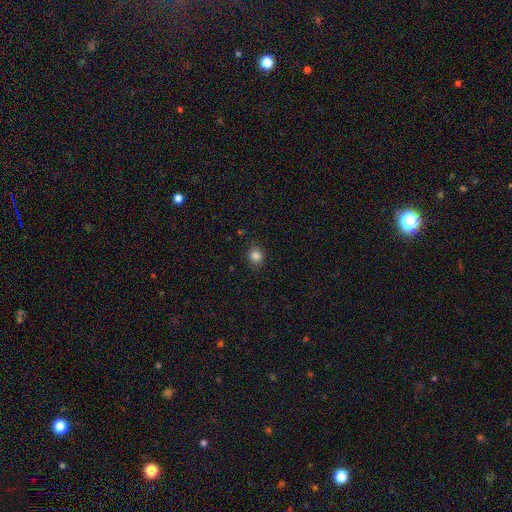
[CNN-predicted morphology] Smooth or featured: smooth — 84% (star or artifact — 12%)
How rounded: round — 74% (in between — 25%)
Merging: none — 85% (minor disturbance — 11%)